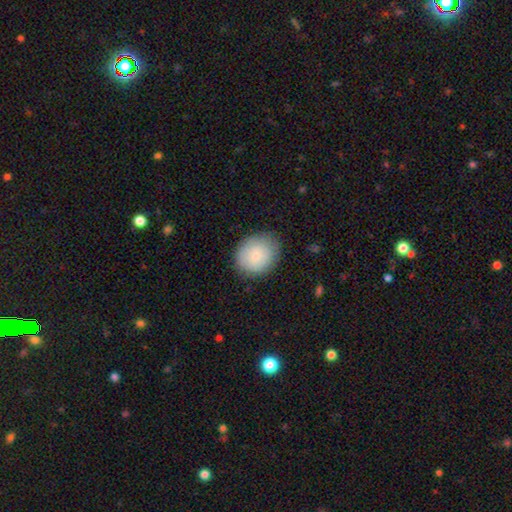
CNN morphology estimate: smooth 80%, featured or disk 12%, star or artifact 7%. Down the decision tree: how rounded — round (66%); merging — none (81%).